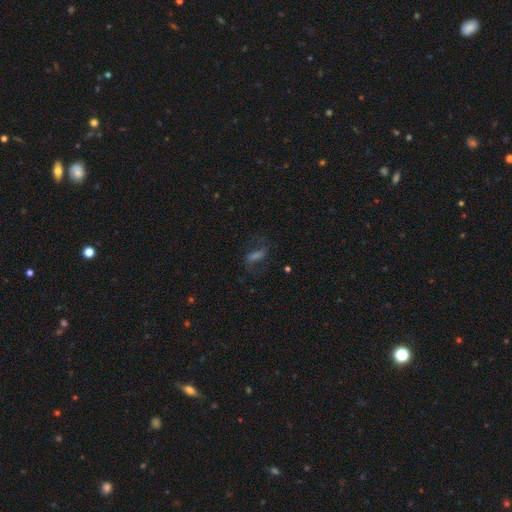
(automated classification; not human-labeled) Smooth or featured?
  - featured or disk: 42% *
  - smooth: 34%
  - star or artifact: 24%
Merging?
  - none: 67% *
  - minor disturbance: 16%
  - major disturbance: 15%
  - merger: 2%